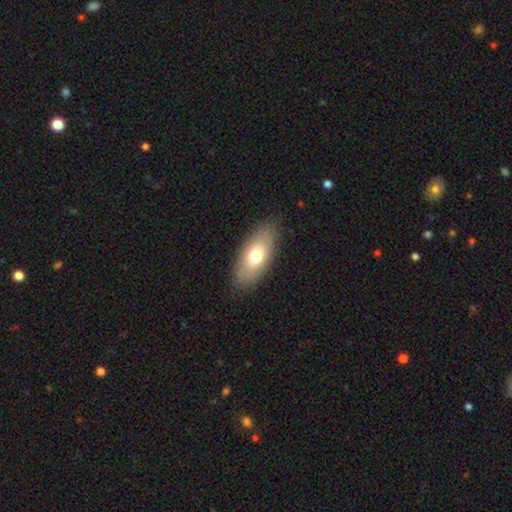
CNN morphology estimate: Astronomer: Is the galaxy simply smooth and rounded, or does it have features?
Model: smooth — 70%.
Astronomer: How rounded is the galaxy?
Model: in between — 87%.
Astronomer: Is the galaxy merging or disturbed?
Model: none — 85%.